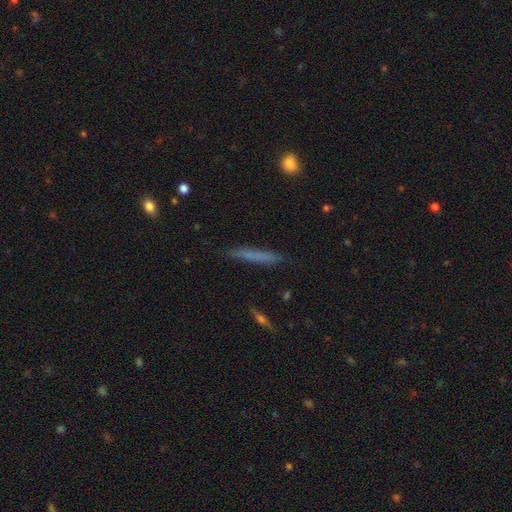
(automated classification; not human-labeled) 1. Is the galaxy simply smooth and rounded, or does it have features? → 64% smooth, 28% featured or disk, 8% star or artifact.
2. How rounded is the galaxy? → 95% cigar-shaped, 3% in between, 2% round.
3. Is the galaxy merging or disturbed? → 87% none, 10% minor disturbance, 2% major disturbance, 1% merger.